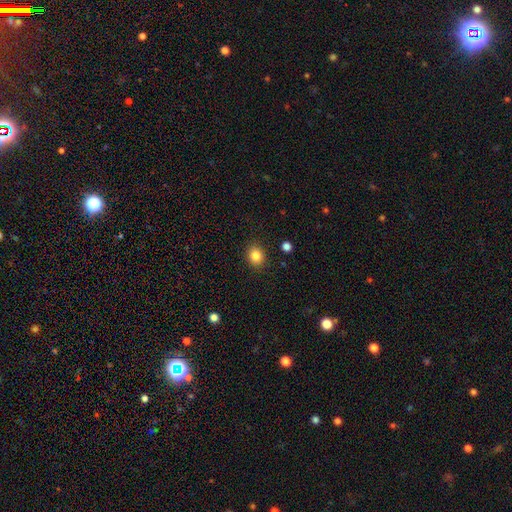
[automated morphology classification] A smooth galaxy with no disk features (84%) that is round (66%). Merging: none (89%).